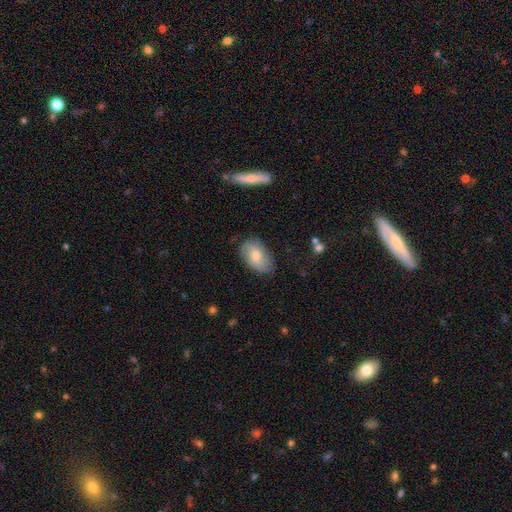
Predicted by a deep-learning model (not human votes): smooth_or_featured: smooth (p=0.64) [alt: featured or disk p=0.29]
how_rounded: in between (p=0.91) [alt: round p=0.07]
merging: none (p=0.78) [alt: minor disturbance p=0.17]